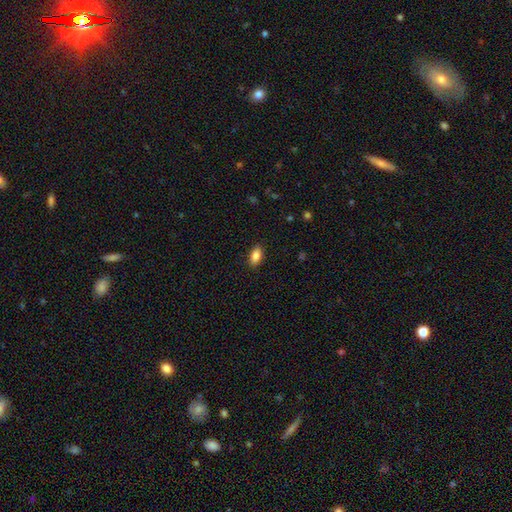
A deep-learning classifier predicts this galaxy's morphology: This is clearly a smooth galaxy (85%). How rounded: clearly in between (89%). Merging: clearly none (88%).